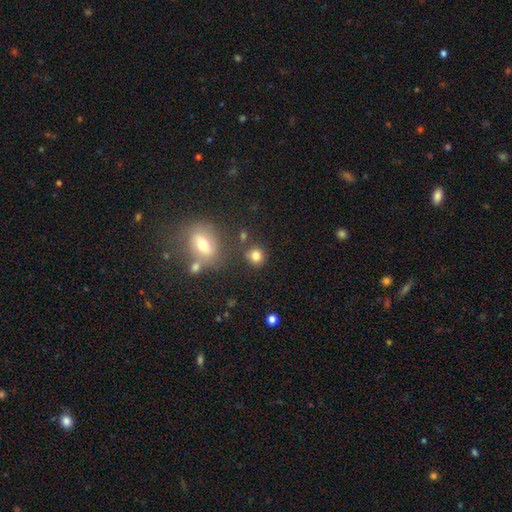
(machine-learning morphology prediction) smooth_or_featured: smooth (p=0.80) [alt: star or artifact p=0.13]
how_rounded: round (p=0.83) [alt: in between p=0.16]
merging: none (p=0.75) [alt: minor disturbance p=0.11]